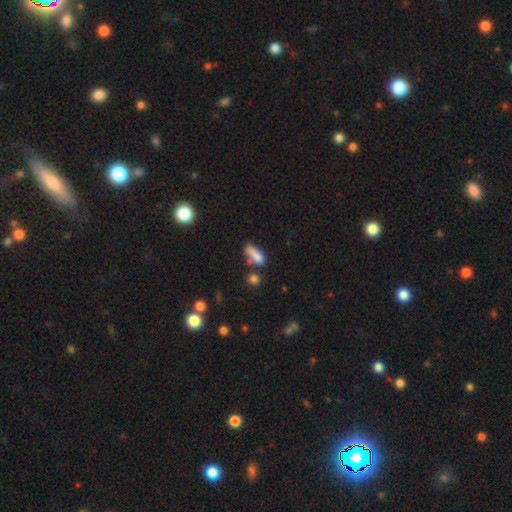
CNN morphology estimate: A smooth galaxy with no disk features (79%) that is in between round and cigar-shaped (59%). Merging: none (46%).